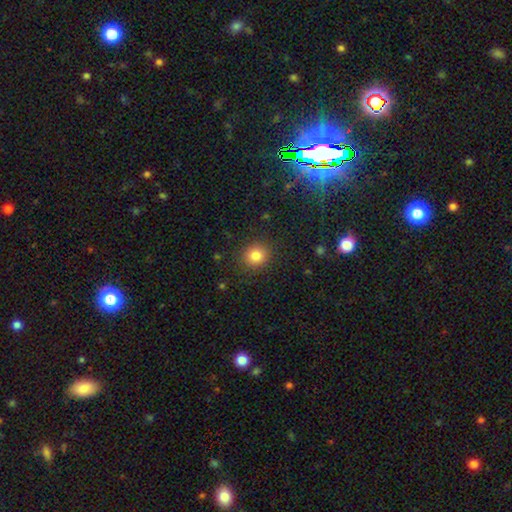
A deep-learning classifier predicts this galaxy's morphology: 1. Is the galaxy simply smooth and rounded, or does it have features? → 83% smooth, 11% star or artifact, 6% featured or disk.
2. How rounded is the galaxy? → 81% round, 18% in between, 1% cigar-shaped.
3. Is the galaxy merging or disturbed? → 89% none, 8% minor disturbance, 3% major disturbance, 1% merger.